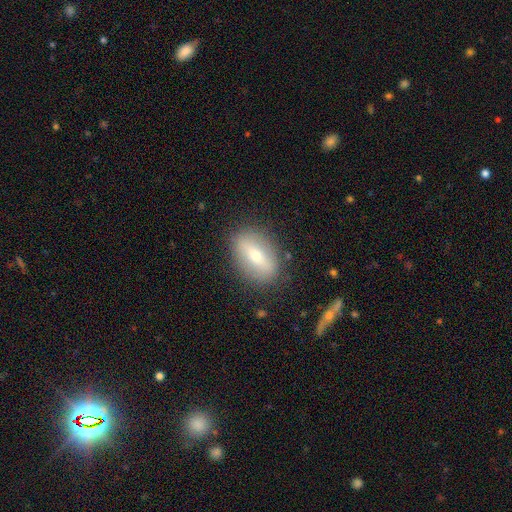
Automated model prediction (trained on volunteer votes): A smooth galaxy with no disk features (55%) that is in between round and cigar-shaped (80%). Merging: none (84%).